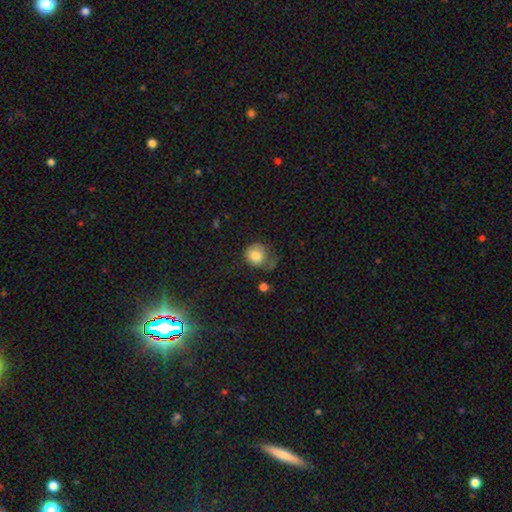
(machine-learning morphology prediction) This appears to be a smooth galaxy with no disk features (81%) that is round (82%). Merging: none (42%).